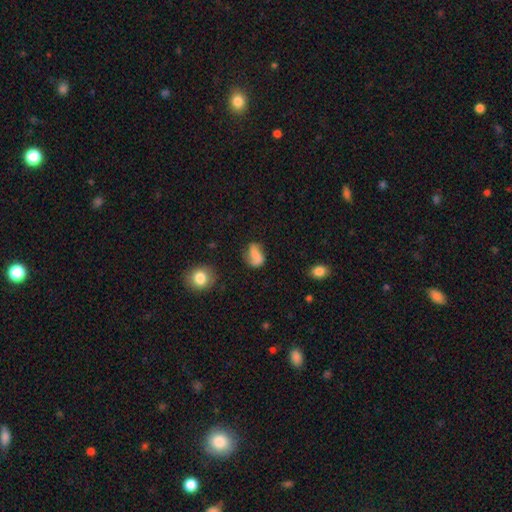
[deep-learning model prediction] A smooth galaxy with no disk features (55%) that is in between round and cigar-shaped (74%).

Vote fractions:
- Smooth or featured? smooth: 55% / featured or disk: 35% / star or artifact: 10%
- How rounded? in between: 74% / round: 22% / cigar-shaped: 4%
- Merging? none: 58% / minor disturbance: 26% / major disturbance: 12% / merger: 4%